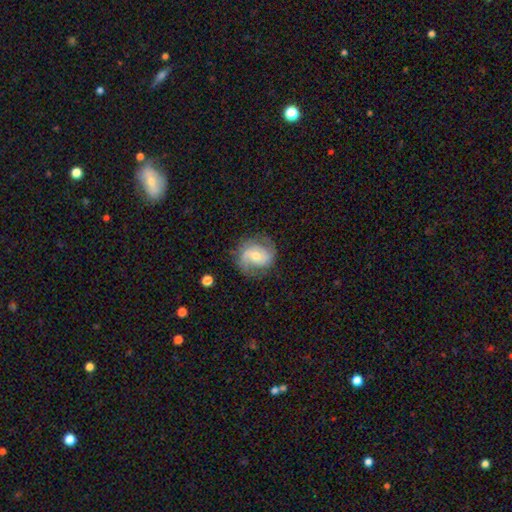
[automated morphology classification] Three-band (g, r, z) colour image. It shows a featured or disk galaxy (76%) with no bar (44%), 2 (79%) medium (47%) spiral arms (93%) and a moderate central bulge (52%). Merging: none (73%).